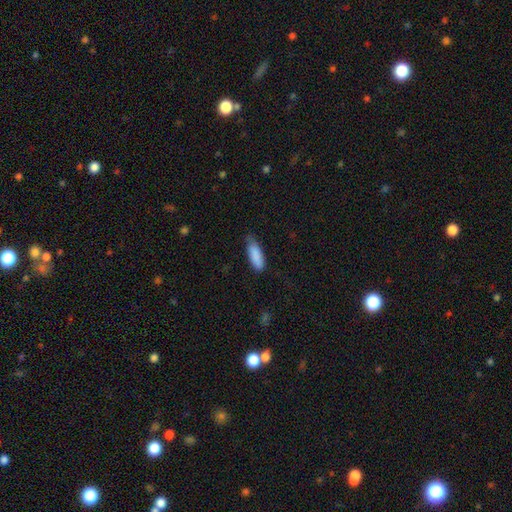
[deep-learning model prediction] Overall: smooth (88%). How rounded: in between (63%; cigar-shaped 36%). Merging: none (63%; minor disturbance 30%).